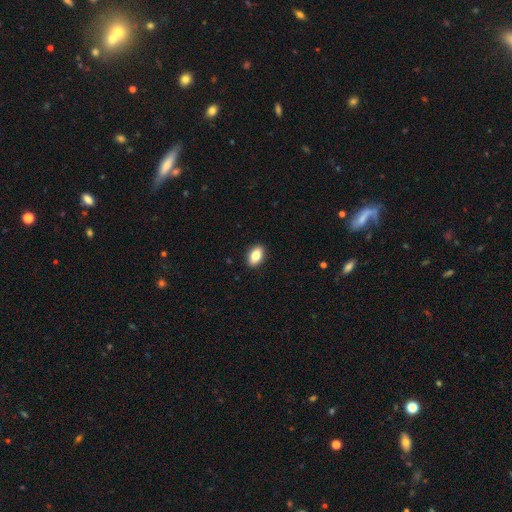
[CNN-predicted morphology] The model was most divided on "smooth or featured": smooth: 82%, featured or disk: 10%, star or artifact: 8%. More confident: merging — none (91%); how rounded — in between (88%).